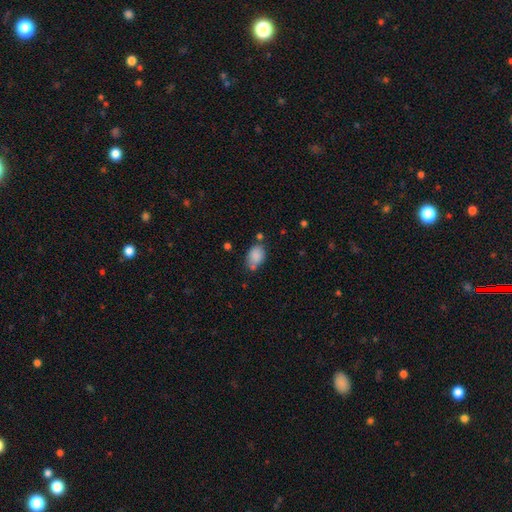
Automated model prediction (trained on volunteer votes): smooth 85%, star or artifact 9%, featured or disk 6%. Down the decision tree: how rounded — in between (78%); merging — none (56%).